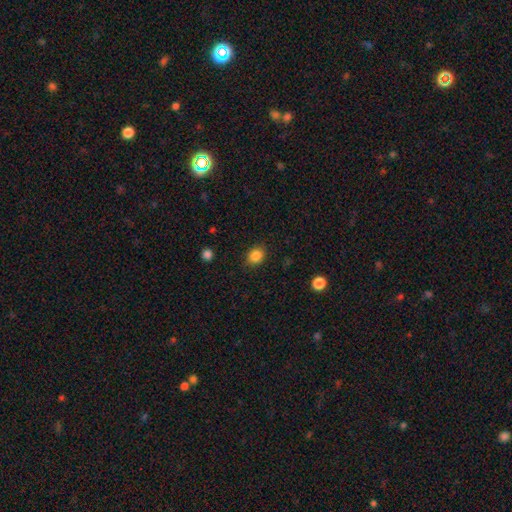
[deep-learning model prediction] Morphology: type=smooth (85%); roundness=round (57%); merging=none (85%).